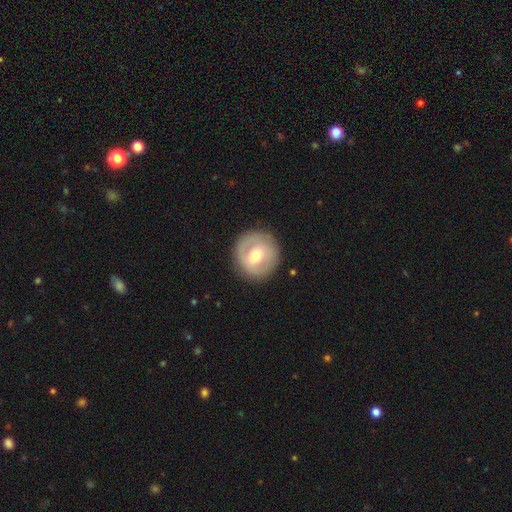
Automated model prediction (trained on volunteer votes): This appears to be a featured or disk galaxy (51%). Merging: none (86%).